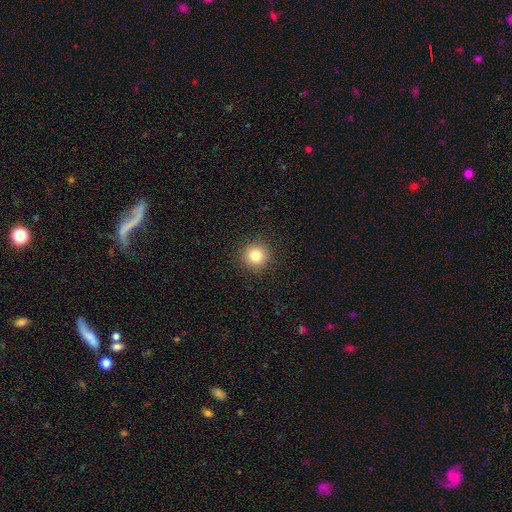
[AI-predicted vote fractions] Overall: smooth (82%). How rounded: round (94%). Merging: none (92%).